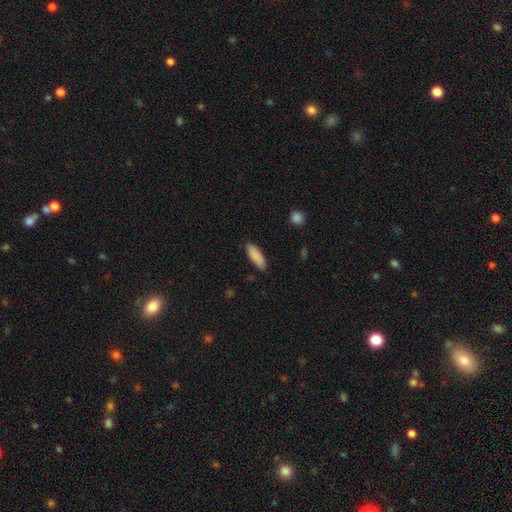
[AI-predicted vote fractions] Q: Smooth or featured?
A: smooth (89%); runner-up: star or artifact (6%)
Q: How rounded?
A: in between (58%); runner-up: cigar-shaped (41%)
Q: Merging?
A: none (85%); runner-up: minor disturbance (11%)